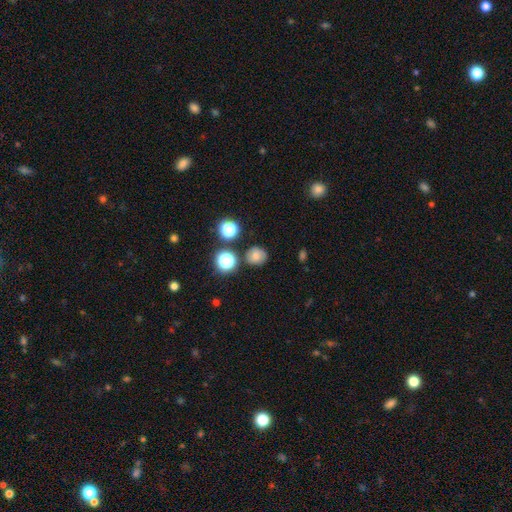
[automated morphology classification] A smooth galaxy with no disk features (67%) that is round (81%).

Vote fractions:
- Smooth or featured? smooth: 67% / star or artifact: 18% / featured or disk: 14%
- How rounded? round: 81% / in between: 18% / cigar-shaped: 1%
- Merging? none: 78% / minor disturbance: 13% / merger: 5% / major disturbance: 4%